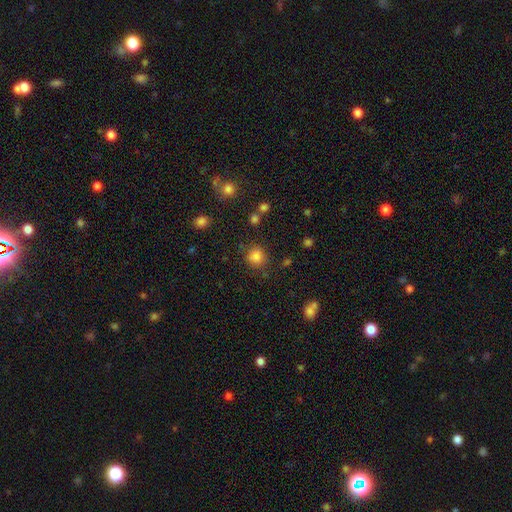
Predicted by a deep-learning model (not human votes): A smooth galaxy with no disk features (82%) that is round (83%). Merging: none (77%).